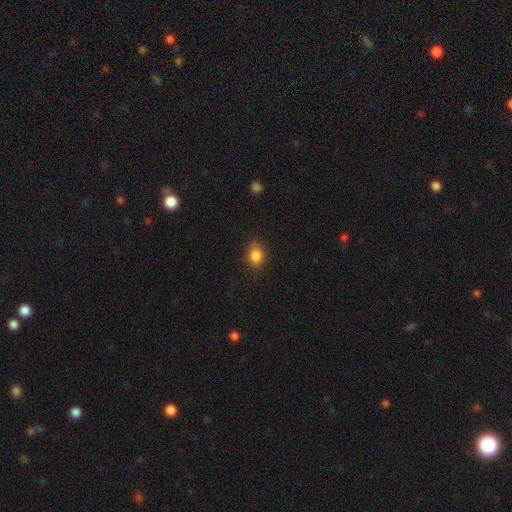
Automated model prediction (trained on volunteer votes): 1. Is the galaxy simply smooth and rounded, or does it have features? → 85% smooth, 10% star or artifact, 5% featured or disk.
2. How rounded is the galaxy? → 58% in between, 41% round, 2% cigar-shaped.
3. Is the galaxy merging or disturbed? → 75% none, 19% minor disturbance, 4% major disturbance, 1% merger.